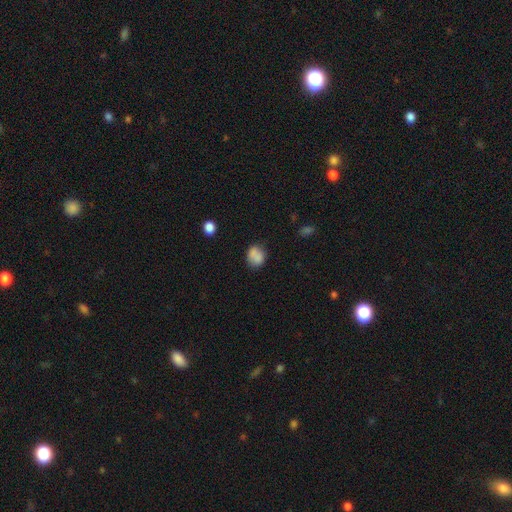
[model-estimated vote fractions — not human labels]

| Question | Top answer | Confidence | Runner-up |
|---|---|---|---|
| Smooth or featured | smooth | 80% | featured or disk (10%) |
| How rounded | round | 55% | in between (43%) |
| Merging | none | 59% | minor disturbance (21%) |